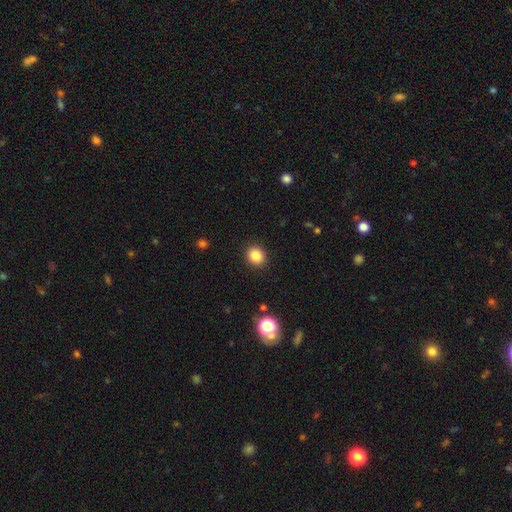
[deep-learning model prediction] smooth-or-featured: smooth: 85% | star or artifact: 11% | featured or disk: 5%
  how-rounded: round: 78% | in between: 21% | cigar-shaped: 1%
  merging: none: 91% | minor disturbance: 6% | major disturbance: 2% | merger: 1%